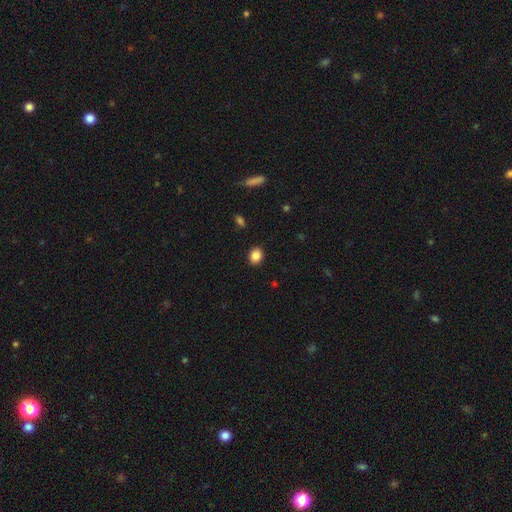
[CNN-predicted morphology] Overall: smooth (86%). How rounded: round (56%; in between 43%). Merging: none (90%).